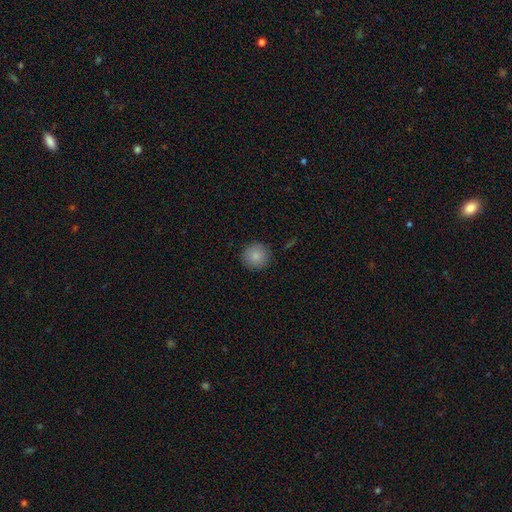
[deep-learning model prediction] Overall: smooth (85%). How rounded: round (94%). Merging: none (90%).